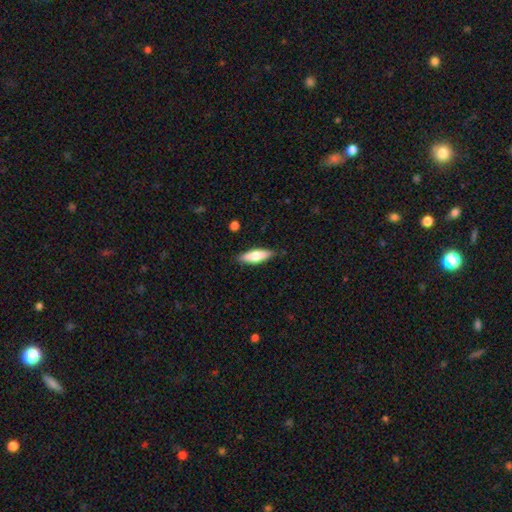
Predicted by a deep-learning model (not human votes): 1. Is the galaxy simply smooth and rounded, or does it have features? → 65% smooth, 29% featured or disk, 6% star or artifact.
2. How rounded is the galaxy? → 55% in between, 43% cigar-shaped, 2% round.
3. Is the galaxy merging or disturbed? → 85% none, 11% minor disturbance, 2% major disturbance, 1% merger.